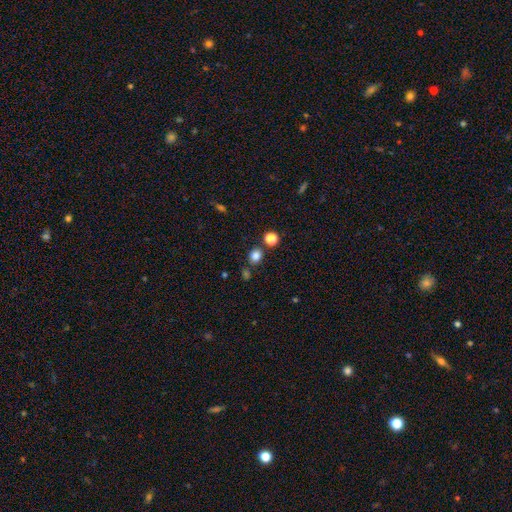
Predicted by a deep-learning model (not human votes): Morphology: type=smooth (81%); roundness=round (71%); merging=none (78%).